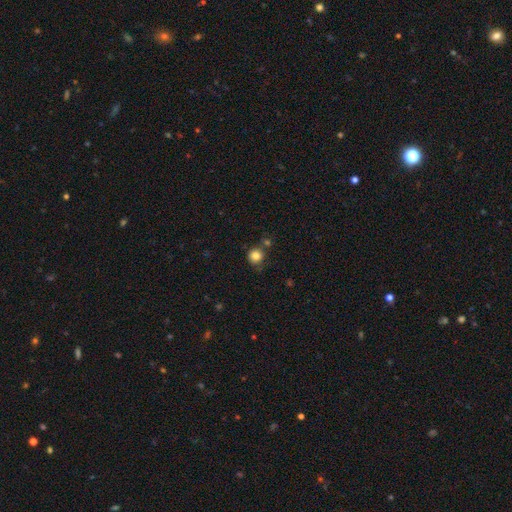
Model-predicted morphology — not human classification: smooth 83%, star or artifact 11%, featured or disk 6%. Down the decision tree: how rounded — round (91%); merging — none (74%).